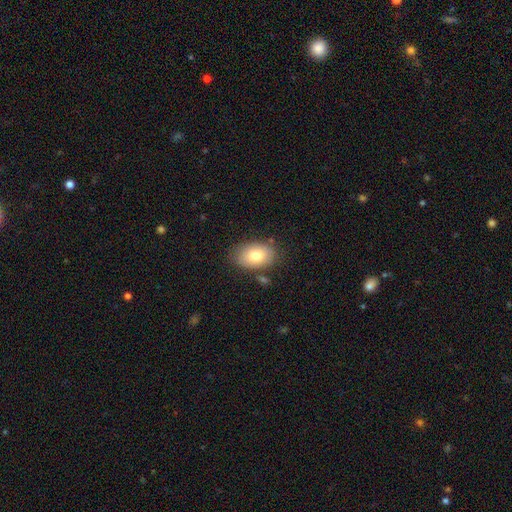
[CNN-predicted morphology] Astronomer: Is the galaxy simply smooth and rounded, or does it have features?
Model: smooth — 77%.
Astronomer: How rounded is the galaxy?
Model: in between — 88%.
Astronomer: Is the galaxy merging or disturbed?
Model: none — 77%.